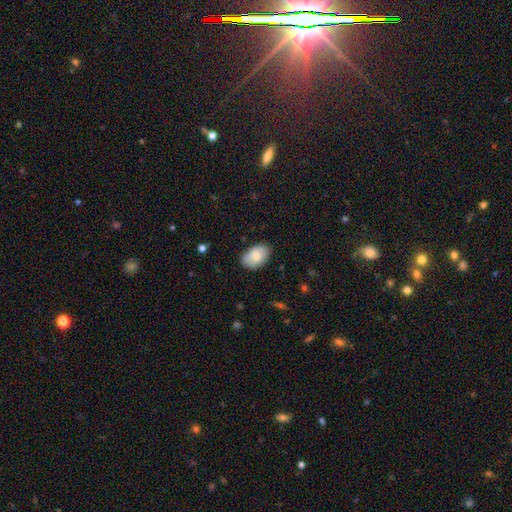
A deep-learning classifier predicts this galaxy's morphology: Smooth or featured: smooth — 77% (featured or disk — 17%)
How rounded: in between — 91% (round — 8%)
Merging: none — 79% (minor disturbance — 17%)